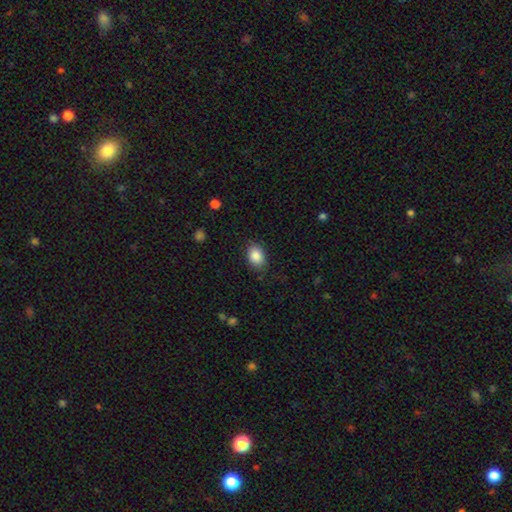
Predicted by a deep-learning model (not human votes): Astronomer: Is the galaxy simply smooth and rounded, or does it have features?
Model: smooth — 87%.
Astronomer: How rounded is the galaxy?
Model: in between — 74%.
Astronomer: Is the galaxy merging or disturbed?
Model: none — 81%.